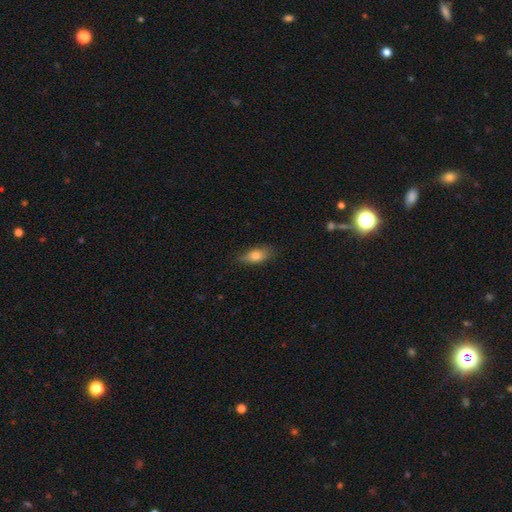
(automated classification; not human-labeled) This is likely a smooth galaxy (78%). How rounded: likely in between (79%). Merging: likely none (78%).